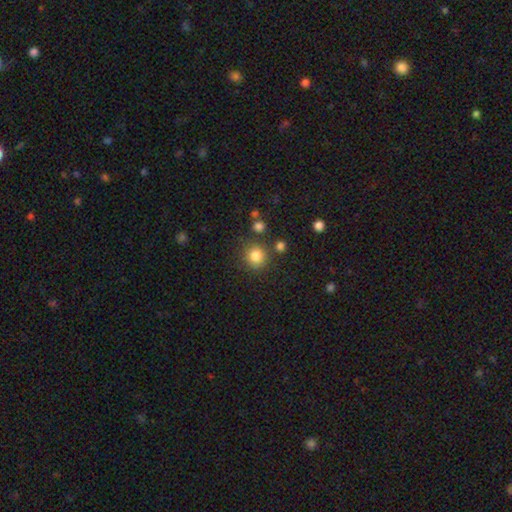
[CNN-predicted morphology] The model was most divided on "merging": none: 80%, minor disturbance: 10%, merger: 7%, major disturbance: 4%. More confident: how rounded — round (91%); smooth or featured — smooth (83%).